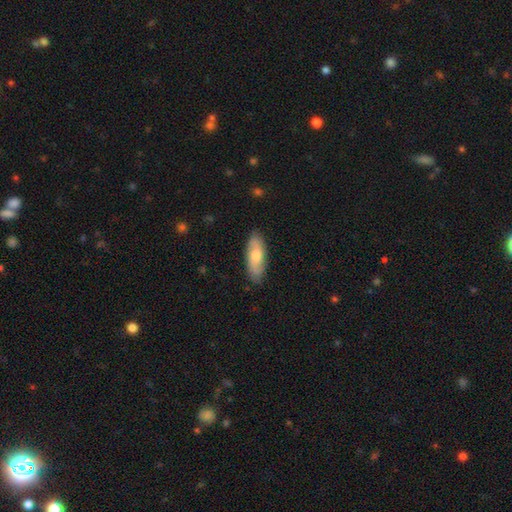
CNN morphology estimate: smooth_or_featured: smooth (p=0.64) [alt: featured or disk p=0.31]
how_rounded: in between (p=0.69) [alt: cigar-shaped p=0.29]
merging: none (p=0.85) [alt: minor disturbance p=0.12]